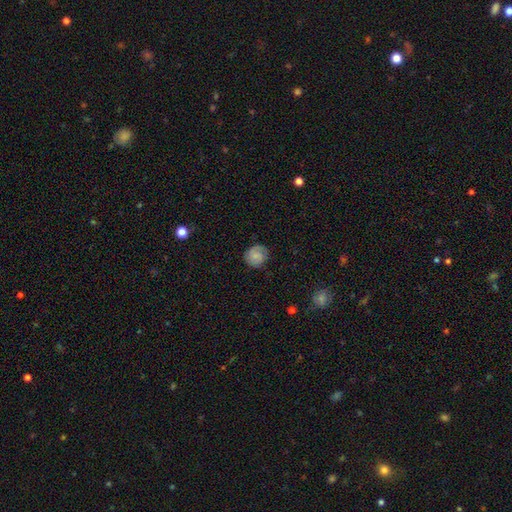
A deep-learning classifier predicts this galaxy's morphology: Overall: smooth (61%; featured or disk 31%). How rounded: round (82%). Merging: none (77%).